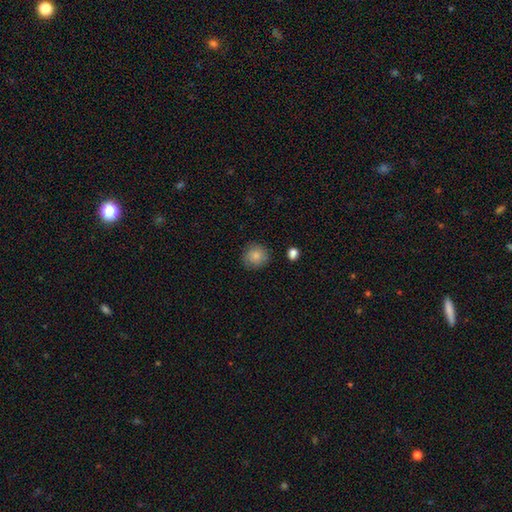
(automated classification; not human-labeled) smooth_or_featured: smooth (p=0.84) [alt: star or artifact p=0.08]
how_rounded: round (p=0.89) [alt: in between p=0.10]
merging: none (p=0.84) [alt: minor disturbance p=0.11]